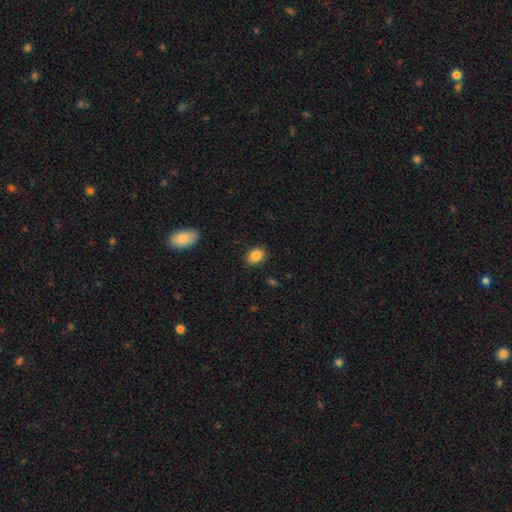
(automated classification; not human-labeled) Overall: smooth (87%). How rounded: in between (71%). Merging: none (88%).